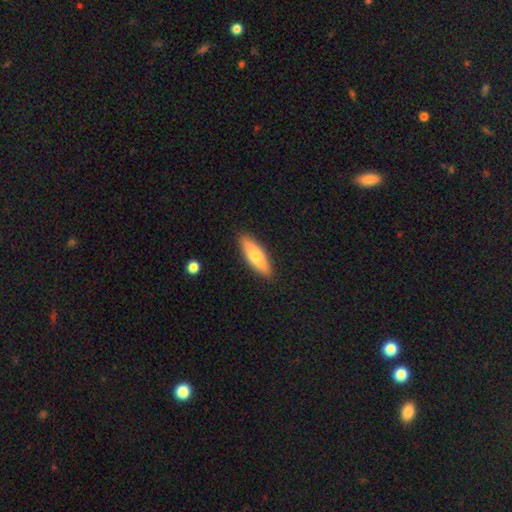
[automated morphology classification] type=smooth (67%); roundness=in between (50%); merging=none (89%).